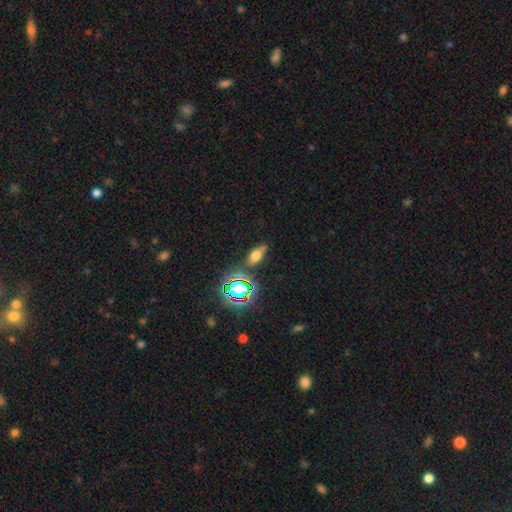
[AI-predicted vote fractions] Q: Smooth or featured?
A: smooth (56%); runner-up: star or artifact (24%)
Q: How rounded?
A: in between (74%); runner-up: cigar-shaped (17%)
Q: Merging?
A: none (73%); runner-up: minor disturbance (17%)